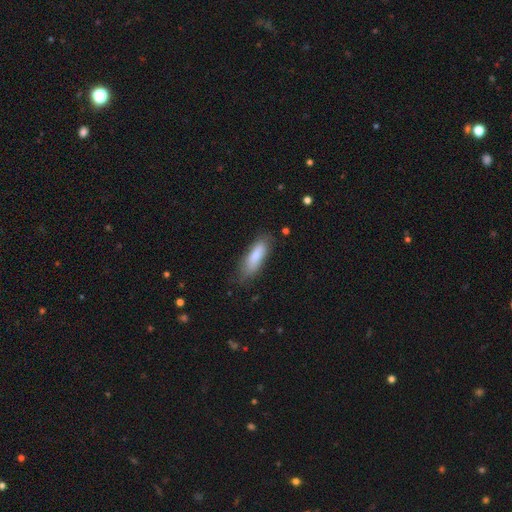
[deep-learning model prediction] Overall: smooth (82%). How rounded: in between (53%; cigar-shaped 45%). Merging: none (73%).